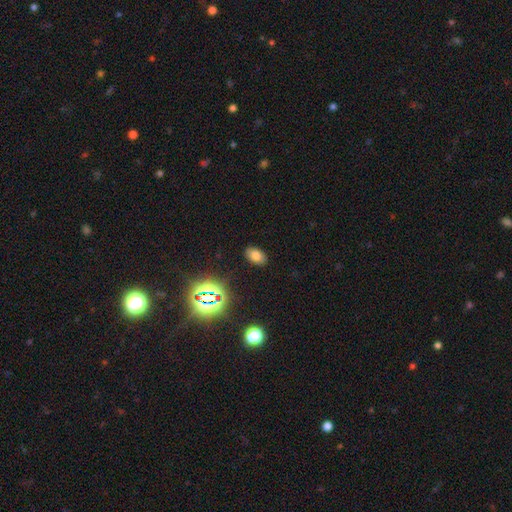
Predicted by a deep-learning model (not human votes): A smooth galaxy with no disk features (70%) that is in between round and cigar-shaped (90%). Merging: none (87%).